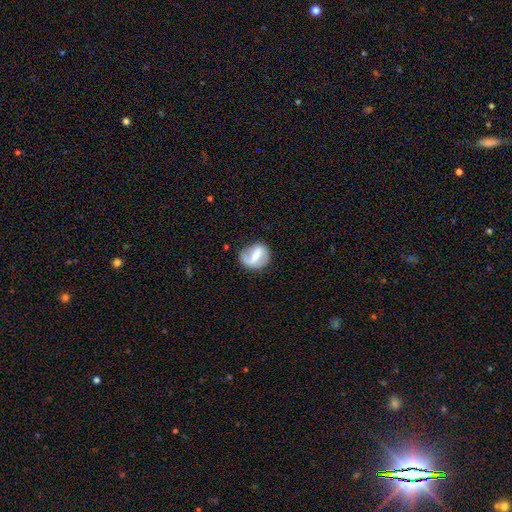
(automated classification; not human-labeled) A featured or disk galaxy (60%) with a strong bar (53%), spiral arms (67%) and a moderate central bulge (43%). Merging: none (65%).